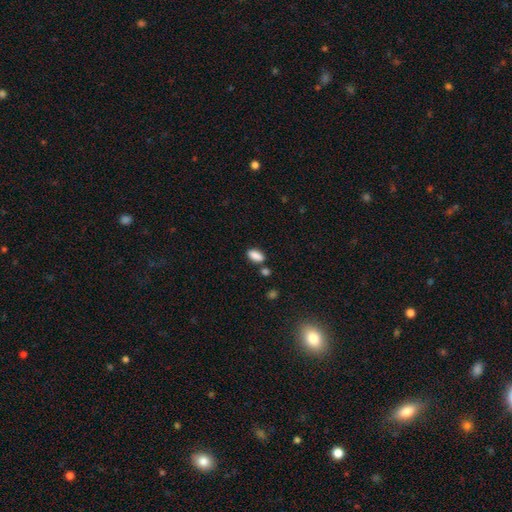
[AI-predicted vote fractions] Morphology: type=smooth (88%); roundness=in between (90%); merging=none (74%).